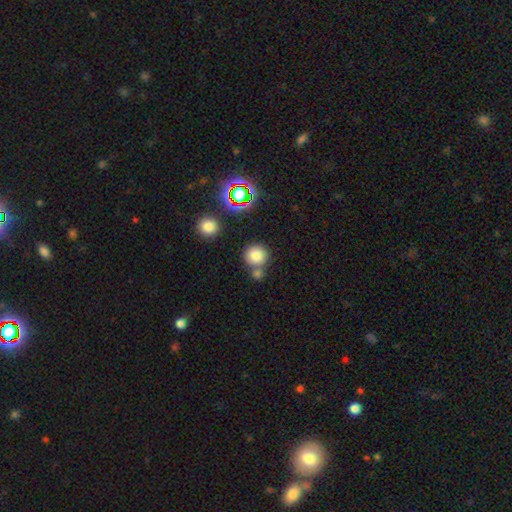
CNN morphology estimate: Smooth or featured? Predicted: smooth (p=0.77). How rounded? Predicted: round (p=0.91). Merging? Predicted: none (p=0.65).